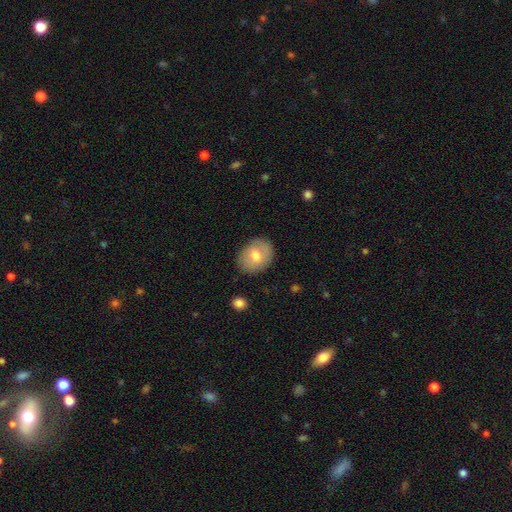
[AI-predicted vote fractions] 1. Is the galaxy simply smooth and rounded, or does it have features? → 65% smooth, 28% featured or disk, 7% star or artifact.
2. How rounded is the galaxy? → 55% in between, 44% round, 1% cigar-shaped.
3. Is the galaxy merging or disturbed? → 80% none, 15% minor disturbance, 4% major disturbance, 1% merger.